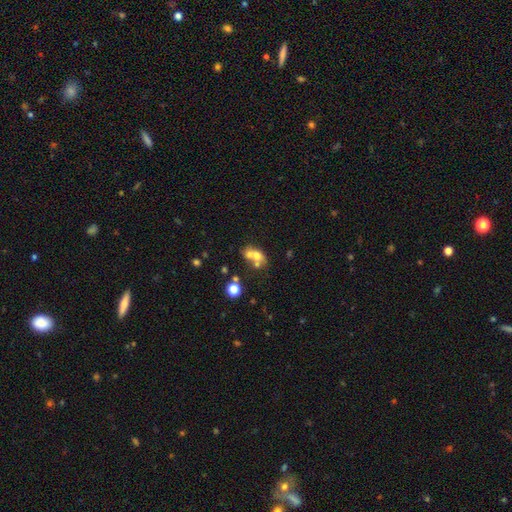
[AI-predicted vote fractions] Smooth or featured? Predicted: smooth (p=0.60). How rounded? Predicted: round (p=0.50). Merging? Predicted: merger (p=0.60).